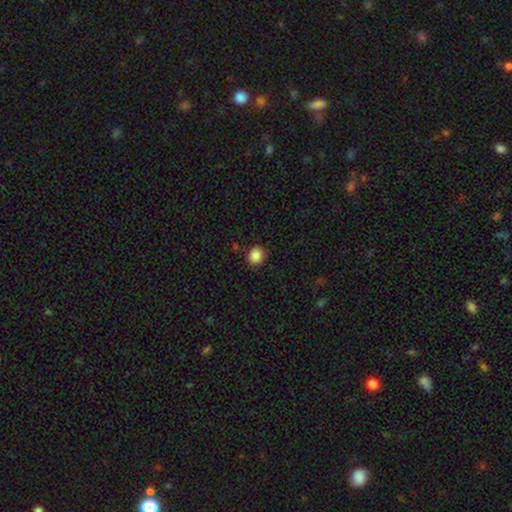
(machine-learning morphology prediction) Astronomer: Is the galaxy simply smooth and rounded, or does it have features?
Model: smooth — 86%.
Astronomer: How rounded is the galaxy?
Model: round — 79%.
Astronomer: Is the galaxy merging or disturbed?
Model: none — 89%.